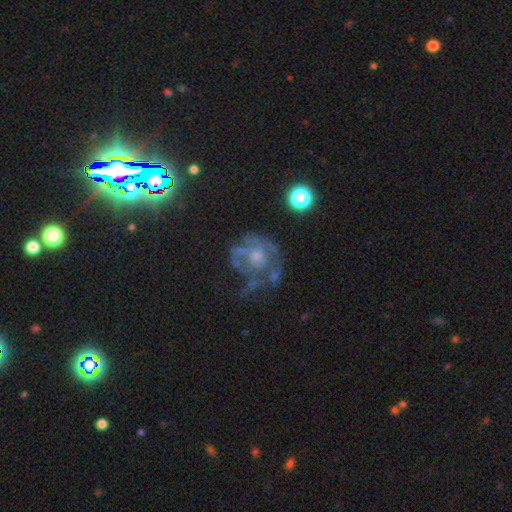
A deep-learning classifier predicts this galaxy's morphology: Smooth or featured: featured or disk — 68% (smooth — 19%)
Edge-on disk: no — 98% (yes — 2%)
Bar: no — 82% (weak — 15%)
Spiral arms: yes — 58% (no — 42%)
Bulge size: moderate — 47% (small — 37%)
Merging: none — 40% (major disturbance — 33%)